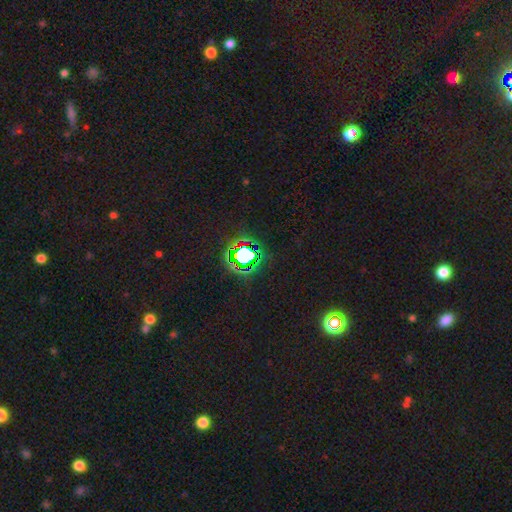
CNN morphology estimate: Overall: star or artifact (81%).